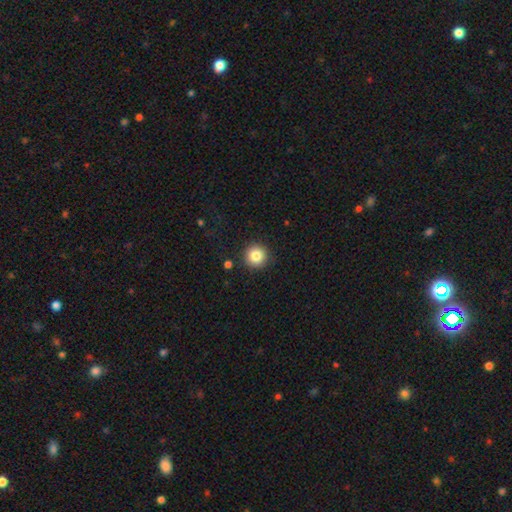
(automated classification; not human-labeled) A smooth galaxy with no disk features (83%) that is round (95%).

Vote fractions:
- Smooth or featured? smooth: 83% / star or artifact: 10% / featured or disk: 7%
- How rounded? round: 95% / in between: 4% / cigar-shaped: 1%
- Merging? none: 91% / minor disturbance: 6% / major disturbance: 2% / merger: 2%